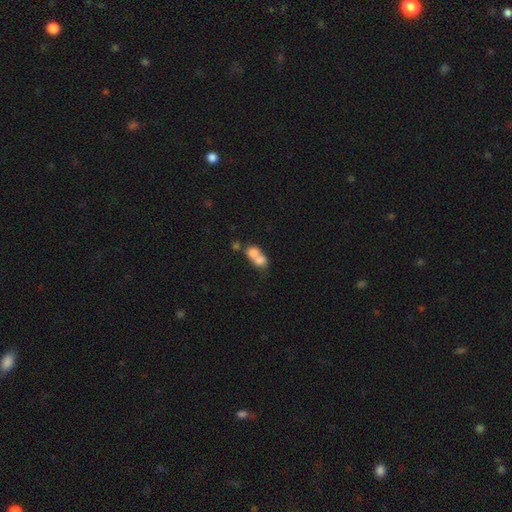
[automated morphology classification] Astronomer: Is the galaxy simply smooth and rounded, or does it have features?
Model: smooth — 73%.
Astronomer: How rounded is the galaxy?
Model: round — 54% (runner-up: in between, 44%).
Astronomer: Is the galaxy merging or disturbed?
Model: merger — 74%.